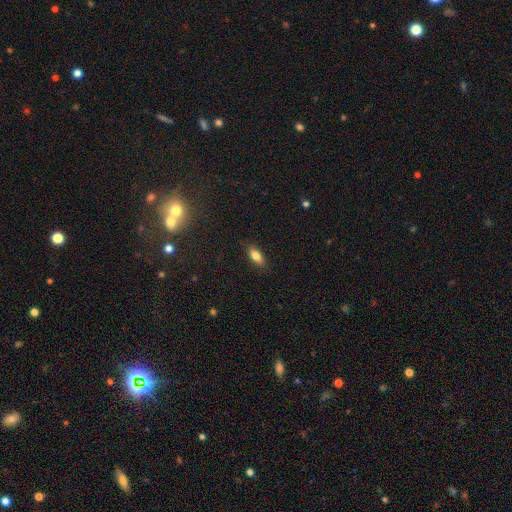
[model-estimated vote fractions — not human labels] Smooth or featured?
  - smooth: 77% *
  - featured or disk: 15%
  - star or artifact: 8%
How rounded?
  - in between: 76% *
  - cigar-shaped: 21%
  - round: 3%
Merging?
  - none: 86% *
  - minor disturbance: 11%
  - major disturbance: 2%
  - merger: 1%